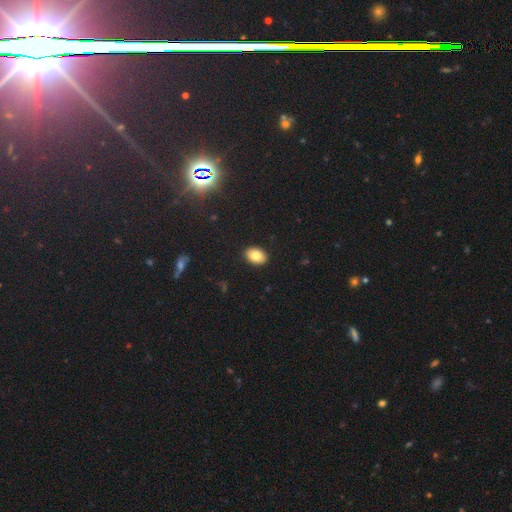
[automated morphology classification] Overall: smooth (82%). How rounded: in between (84%). Merging: none (90%).